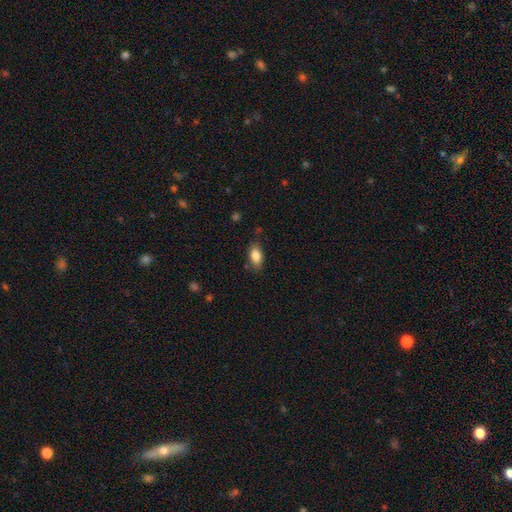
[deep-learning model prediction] Smooth or featured: smooth — 85% (featured or disk — 8%)
How rounded: in between — 89% (cigar-shaped — 7%)
Merging: none — 80% (minor disturbance — 15%)